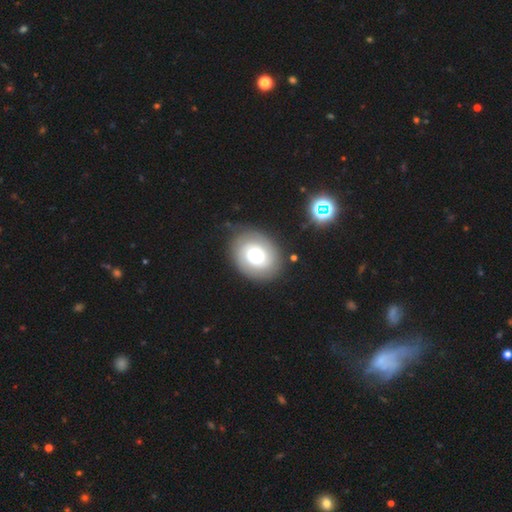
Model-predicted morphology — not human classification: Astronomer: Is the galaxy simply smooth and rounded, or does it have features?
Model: featured or disk — 48% (runner-up: smooth, 44%).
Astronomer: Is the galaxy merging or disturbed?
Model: none — 76%.